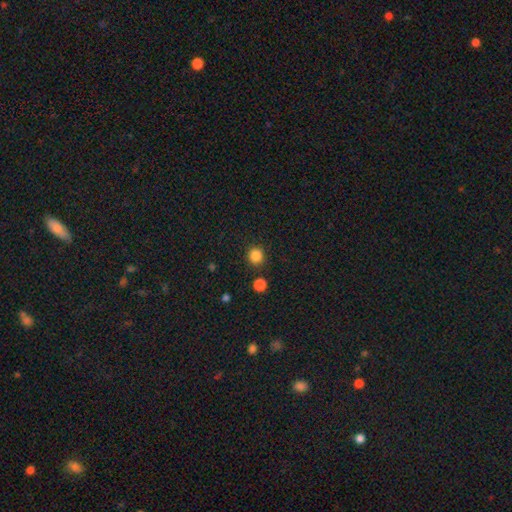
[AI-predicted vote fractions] Smooth or featured: smooth — 85% (star or artifact — 11%)
How rounded: round — 92% (in between — 7%)
Merging: none — 88% (minor disturbance — 6%)